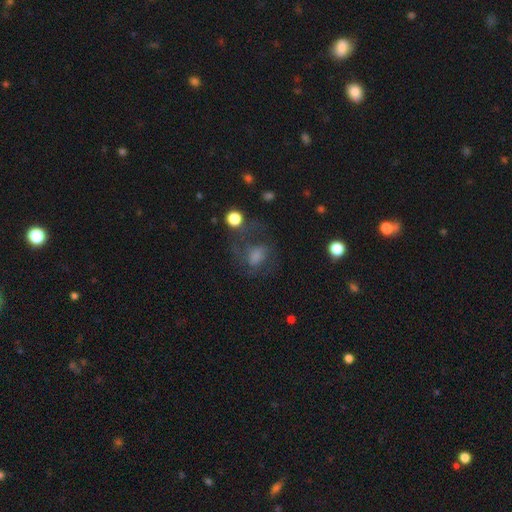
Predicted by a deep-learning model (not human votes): Overall: featured or disk (47%; smooth 33%). Merging: none (51%; major disturbance 27%).